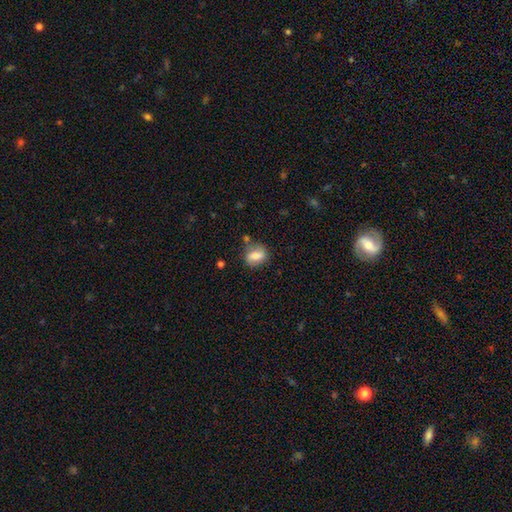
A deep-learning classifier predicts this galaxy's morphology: A smooth galaxy with no disk features (74%) that is in between round and cigar-shaped (66%).

Vote fractions:
- Smooth or featured? smooth: 74% / featured or disk: 17% / star or artifact: 9%
- How rounded? in between: 66% / round: 30% / cigar-shaped: 5%
- Merging? none: 67% / minor disturbance: 21% / major disturbance: 6% / merger: 6%